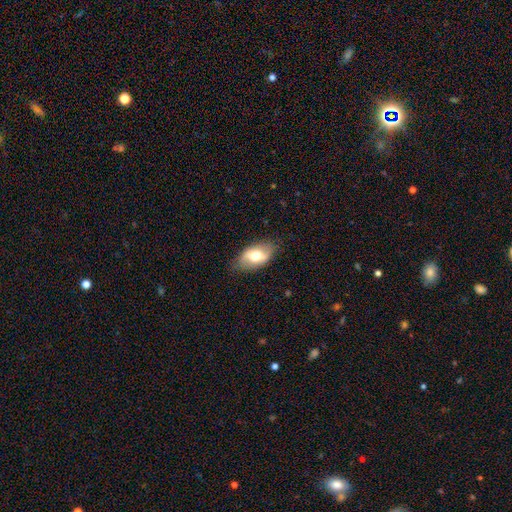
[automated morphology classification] Smooth or featured?
  - smooth: 52% *
  - featured or disk: 42%
  - star or artifact: 6%
How rounded?
  - in between: 91% *
  - round: 6%
  - cigar-shaped: 3%
Merging?
  - none: 80% *
  - minor disturbance: 15%
  - major disturbance: 4%
  - merger: 1%